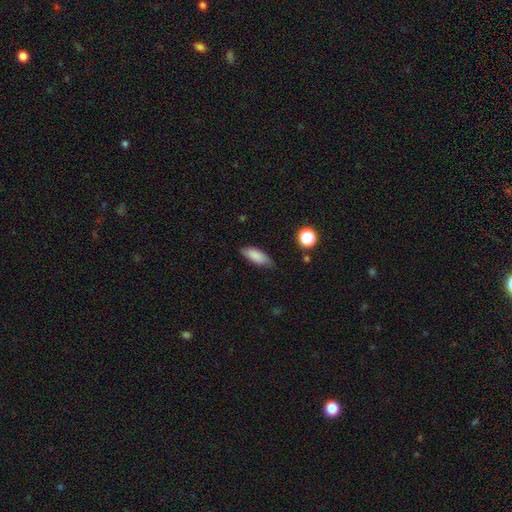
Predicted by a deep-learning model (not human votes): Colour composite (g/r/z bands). It shows a smooth galaxy with no disk features (84%) that is in between round and cigar-shaped (77%). Merging: none (75%).